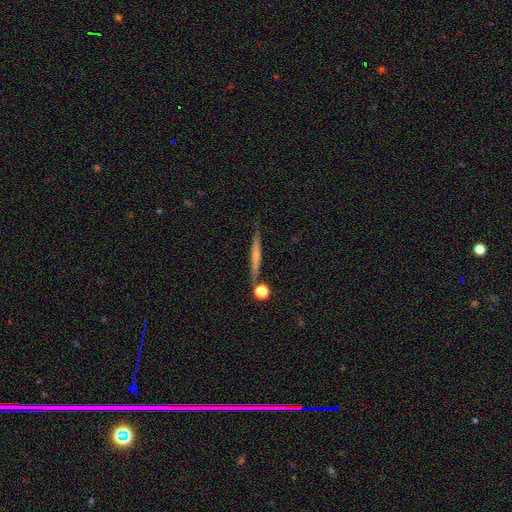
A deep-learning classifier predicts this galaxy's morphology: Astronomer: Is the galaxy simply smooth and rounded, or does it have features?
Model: featured or disk — 54% (runner-up: smooth, 38%).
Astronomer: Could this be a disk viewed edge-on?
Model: yes — 95%.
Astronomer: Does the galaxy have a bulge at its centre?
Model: rounded — 49% (runner-up: none, 44%).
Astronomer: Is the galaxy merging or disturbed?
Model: none — 78%.